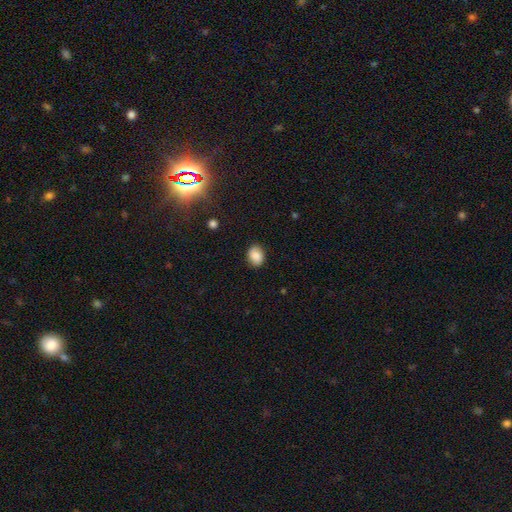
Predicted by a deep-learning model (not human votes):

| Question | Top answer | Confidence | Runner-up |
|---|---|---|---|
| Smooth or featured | smooth | 84% | star or artifact (8%) |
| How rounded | in between | 61% | round (38%) |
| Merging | none | 85% | minor disturbance (11%) |